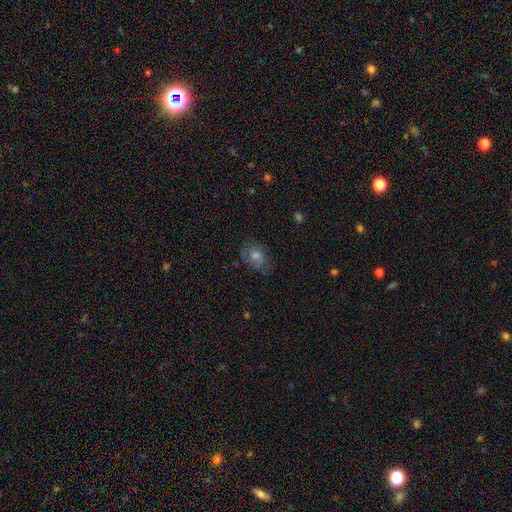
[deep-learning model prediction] Smooth or featured: smooth — 42% (featured or disk — 39%)
Merging: none — 72% (minor disturbance — 19%)